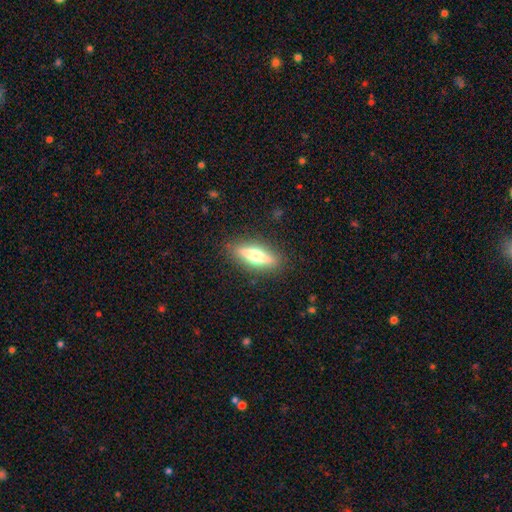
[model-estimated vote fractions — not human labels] Morphology: type=smooth (48%); merging=none (88%).